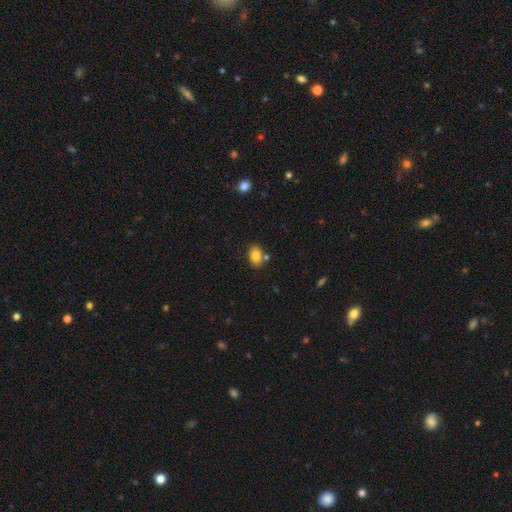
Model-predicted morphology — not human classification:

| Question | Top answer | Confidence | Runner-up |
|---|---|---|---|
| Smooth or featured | smooth | 82% | star or artifact (9%) |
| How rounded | in between | 82% | round (17%) |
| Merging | none | 73% | minor disturbance (13%) |